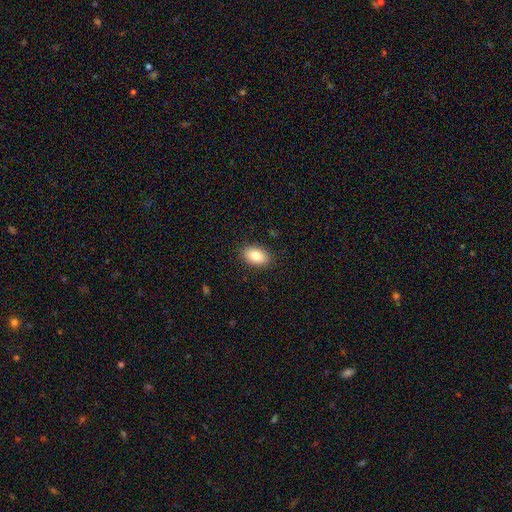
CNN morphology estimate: Smooth or featured: smooth — 84% (featured or disk — 9%)
How rounded: in between — 90% (round — 9%)
Merging: none — 89% (minor disturbance — 8%)